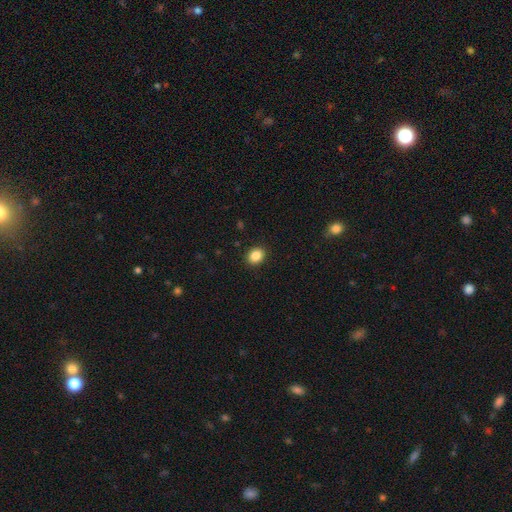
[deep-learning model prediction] smooth 87%, star or artifact 9%, featured or disk 4%. Down the decision tree: how rounded — in between (51%); merging — none (91%).